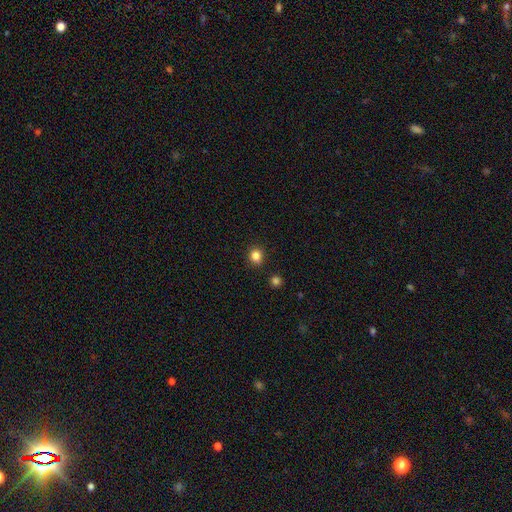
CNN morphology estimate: This appears to be a smooth galaxy with no disk features (84%) that is round (81%). Merging: none (89%).